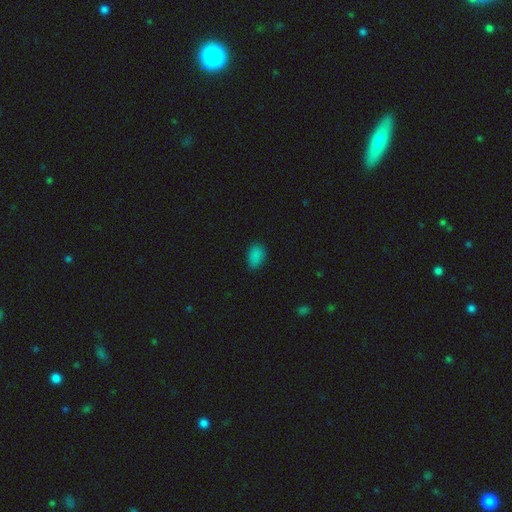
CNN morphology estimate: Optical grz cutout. It shows a smooth galaxy with no disk features (84%) that is in between round and cigar-shaped (88%). Merging: none (81%).